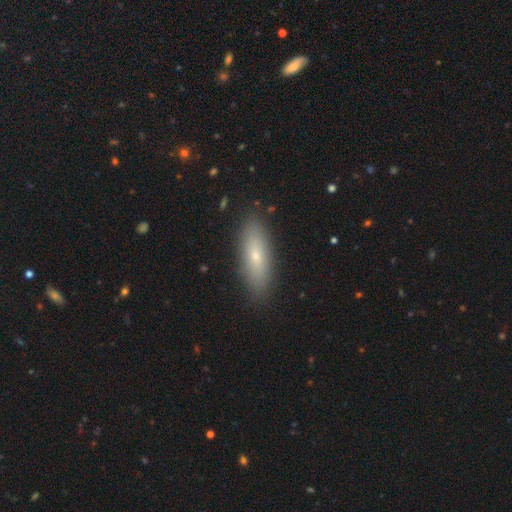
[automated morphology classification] A smooth galaxy with no disk features (66%) that is in between round and cigar-shaped (50%). Merging: none (88%).